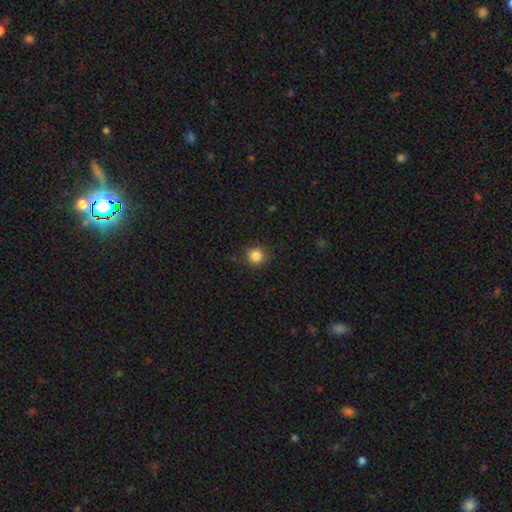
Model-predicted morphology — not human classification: A smooth galaxy with no disk features (84%) that is round (91%). Merging: none (87%).